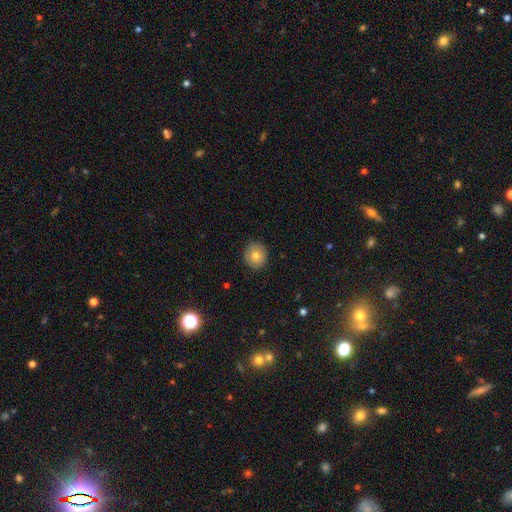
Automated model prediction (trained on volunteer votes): A smooth galaxy with no disk features (73%) that is round (90%).

Vote fractions:
- Smooth or featured? smooth: 73% / featured or disk: 18% / star or artifact: 9%
- How rounded? round: 90% / in between: 9% / cigar-shaped: 1%
- Merging? none: 88% / minor disturbance: 9% / major disturbance: 2% / merger: 1%